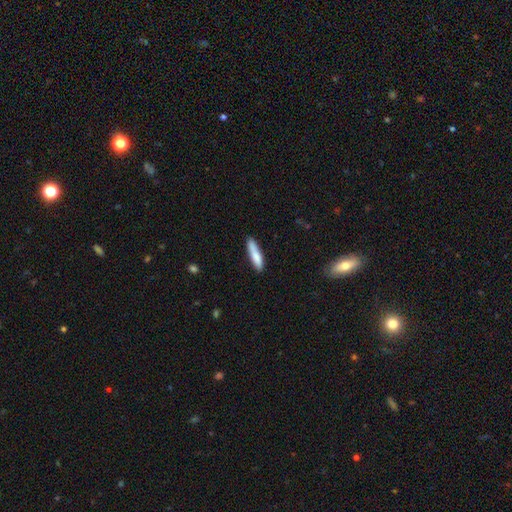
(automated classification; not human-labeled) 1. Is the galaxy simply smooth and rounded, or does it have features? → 81% smooth, 13% featured or disk, 6% star or artifact.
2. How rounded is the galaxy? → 79% cigar-shaped, 19% in between, 1% round.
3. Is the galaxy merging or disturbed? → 80% none, 15% minor disturbance, 2% major disturbance, 2% merger.